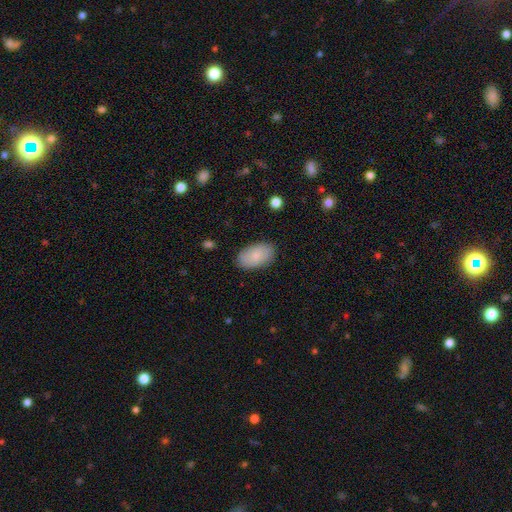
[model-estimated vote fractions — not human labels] A smooth galaxy with no disk features (83%) that is in between round and cigar-shaped (94%).

Vote fractions:
- Smooth or featured? smooth: 83% / featured or disk: 11% / star or artifact: 6%
- How rounded? in between: 94% / round: 4% / cigar-shaped: 1%
- Merging? none: 86% / minor disturbance: 11% / major disturbance: 2% / merger: 1%